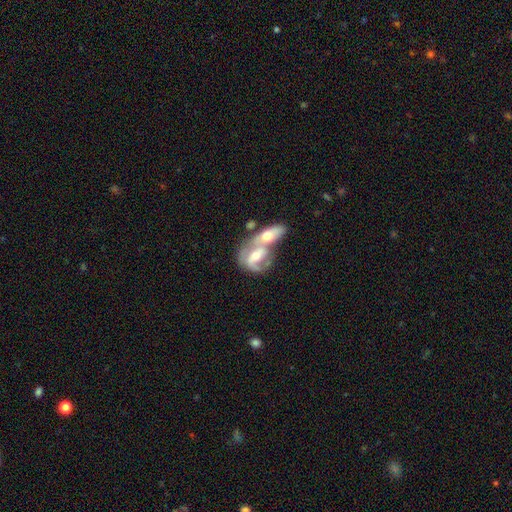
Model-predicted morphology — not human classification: type=featured or disk (65%); edge-on=no (94%); bar=no (44%); spiral arms=yes (62%); bulge=moderate (67%); merging=merger (69%).